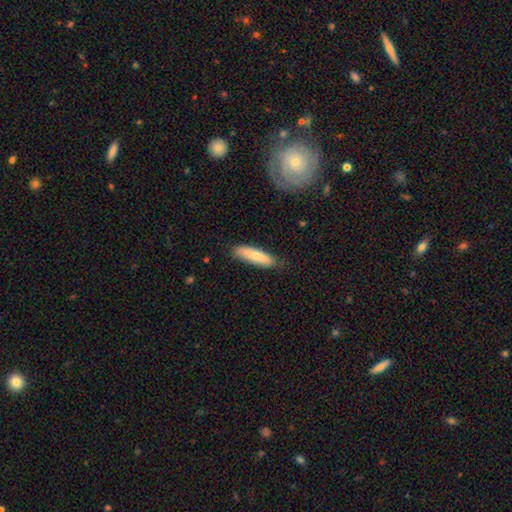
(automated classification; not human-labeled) smooth-or-featured: smooth: 74% | featured or disk: 20% | star or artifact: 6%
  how-rounded: cigar-shaped: 61% | in between: 38% | round: 2%
  merging: none: 80% | minor disturbance: 16% | major disturbance: 3% | merger: 1%